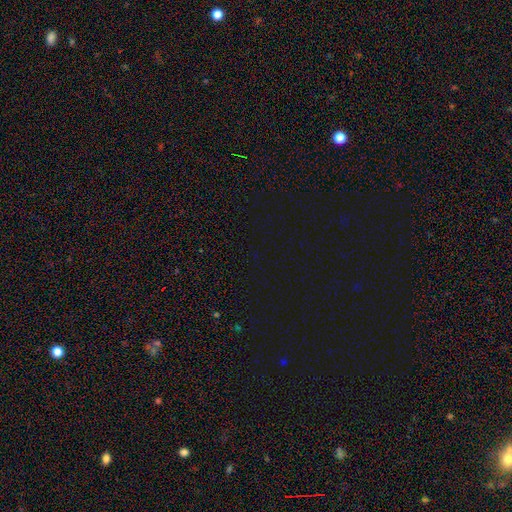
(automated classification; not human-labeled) The model was most divided on "smooth or featured": star or artifact: 76%, smooth: 17%, featured or disk: 6%.